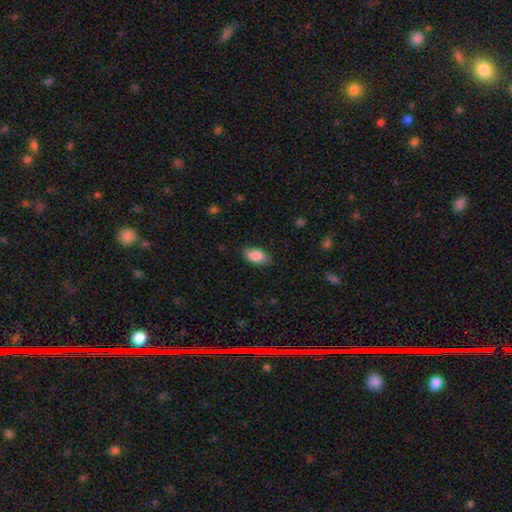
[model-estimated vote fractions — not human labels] Q: Smooth or featured?
A: smooth (85%); runner-up: featured or disk (9%)
Q: How rounded?
A: in between (92%); runner-up: round (5%)
Q: Merging?
A: none (81%); runner-up: minor disturbance (15%)